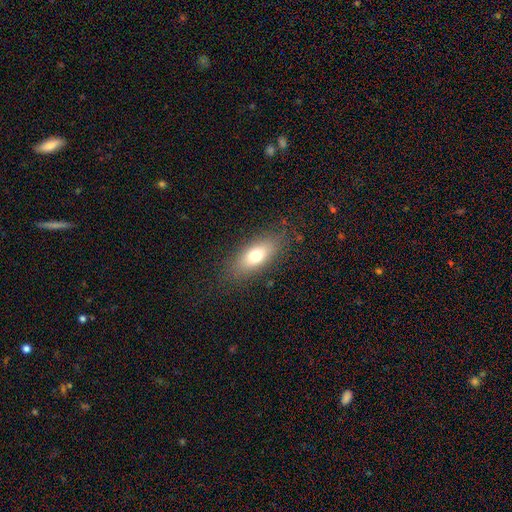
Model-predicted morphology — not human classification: Overall: smooth (72%). How rounded: in between (78%). Merging: none (83%).